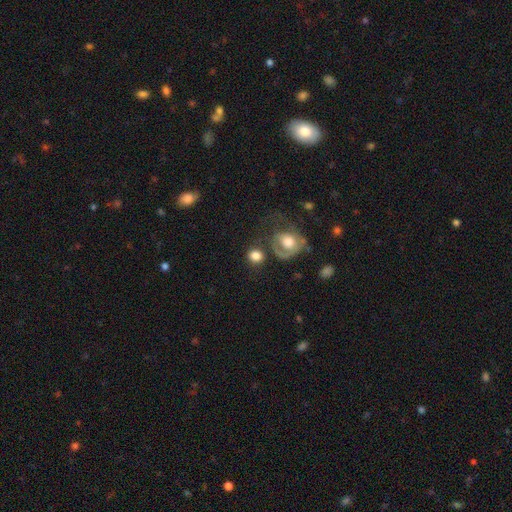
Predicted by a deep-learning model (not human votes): Morphology: type=smooth (77%); roundness=round (80%); merging=none (59%).